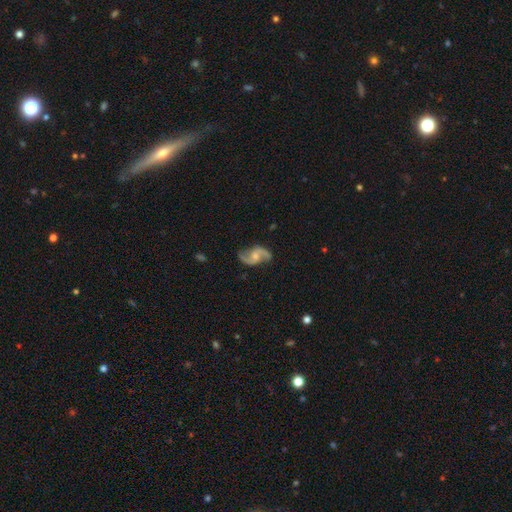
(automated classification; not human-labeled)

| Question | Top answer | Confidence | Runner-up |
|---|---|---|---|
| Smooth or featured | featured or disk | 89% | smooth (6%) |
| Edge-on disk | no | 98% | yes (2%) |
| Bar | no | 53% | weak (38%) |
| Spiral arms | yes | 97% | no (3%) |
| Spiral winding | loose | 64% | medium (30%) |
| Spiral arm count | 2 | 94% | can't tell (2%) |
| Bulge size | small | 43% | tied: moderate (43%) |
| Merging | none | 81% | minor disturbance (13%) |